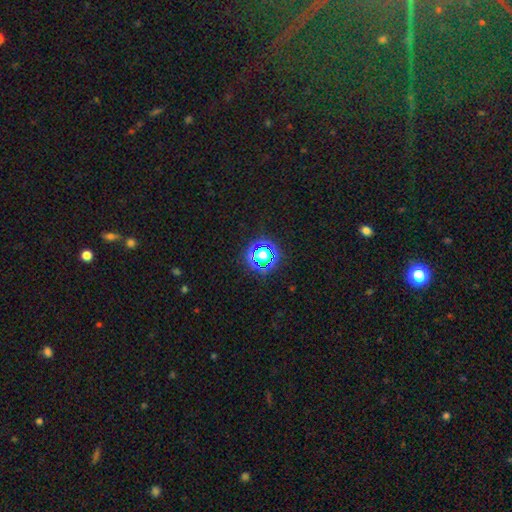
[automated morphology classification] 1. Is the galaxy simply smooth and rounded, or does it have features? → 61% star or artifact, 28% smooth, 11% featured or disk.